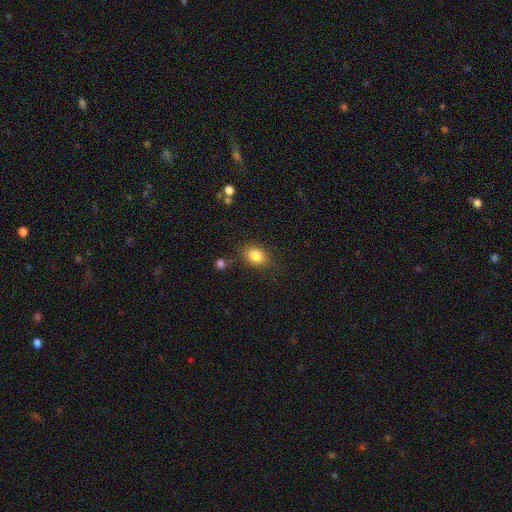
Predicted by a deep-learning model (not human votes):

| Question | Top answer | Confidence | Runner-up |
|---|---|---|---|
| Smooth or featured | smooth | 84% | star or artifact (9%) |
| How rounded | in between | 73% | round (26%) |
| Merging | none | 80% | minor disturbance (13%) |